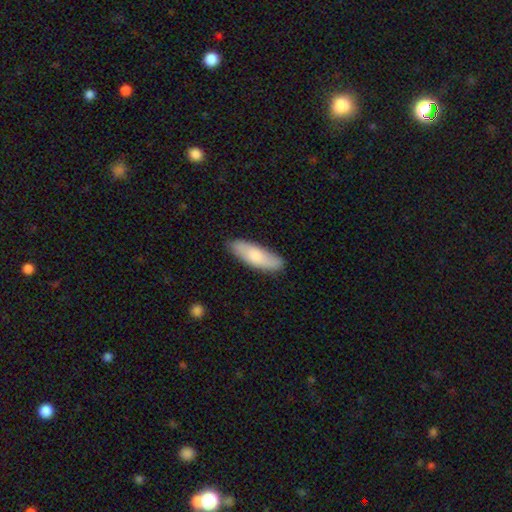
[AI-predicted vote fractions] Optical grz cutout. It shows a smooth galaxy with no disk features (72%) that is in between round and cigar-shaped (56%). Merging: none (84%).